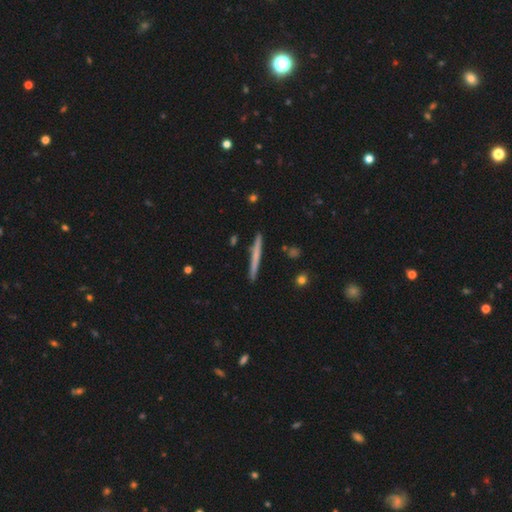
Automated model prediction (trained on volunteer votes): Q: Smooth or featured?
A: smooth (57%); runner-up: featured or disk (38%)
Q: How rounded?
A: cigar-shaped (96%); runner-up: in between (2%)
Q: Merging?
A: none (91%); runner-up: minor disturbance (6%)